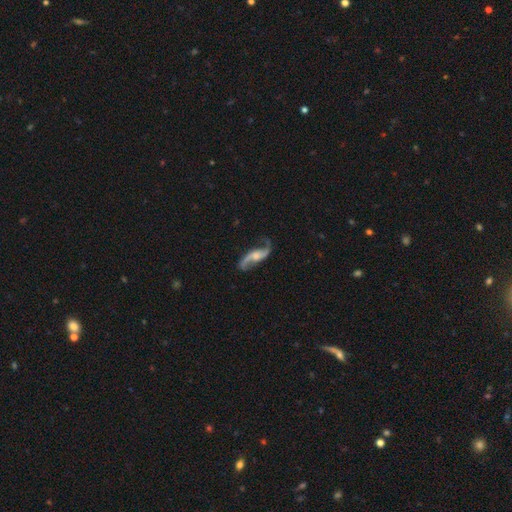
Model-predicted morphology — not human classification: Q: Smooth or featured?
A: featured or disk (87%); runner-up: smooth (8%)
Q: Edge-on disk?
A: no (93%); runner-up: yes (7%)
Q: Bar?
A: no (51%); runner-up: weak (36%)
Q: Spiral arms?
A: yes (96%); runner-up: no (4%)
Q: Spiral winding?
A: loose (84%); runner-up: medium (13%)
Q: Spiral arm count?
A: 2 (93%); runner-up: 1 (2%)
Q: Bulge size?
A: moderate (40%); runner-up: small (33%)
Q: Merging?
A: none (76%); runner-up: minor disturbance (14%)